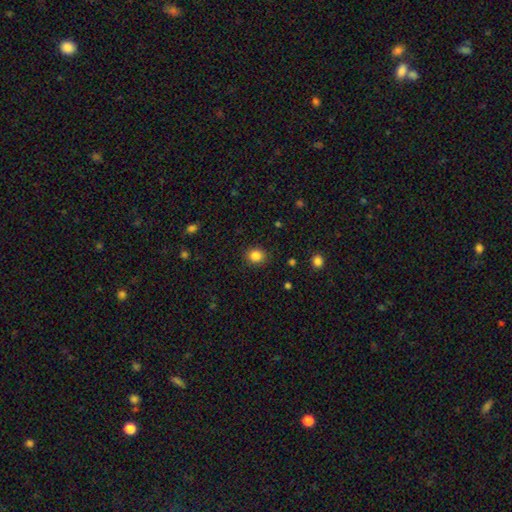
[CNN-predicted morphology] Q: Smooth or featured?
A: smooth (85%); runner-up: star or artifact (11%)
Q: How rounded?
A: round (75%); runner-up: in between (24%)
Q: Merging?
A: none (89%); runner-up: minor disturbance (7%)